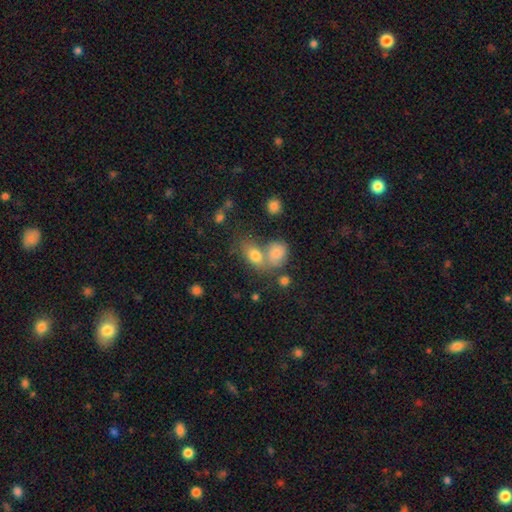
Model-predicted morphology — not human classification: This is likely a smooth galaxy (75%). How rounded: likely in between (75%). Merging: marginally merger (43%).